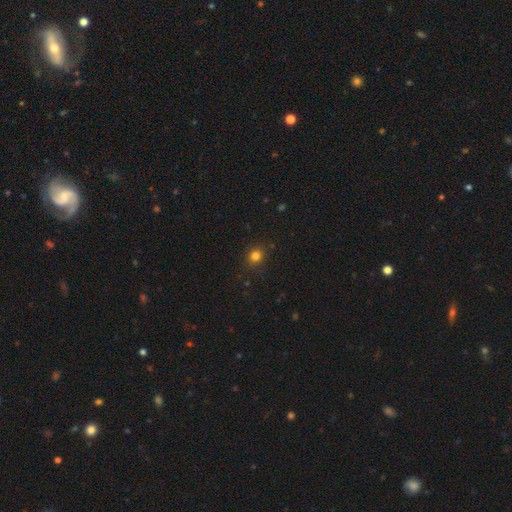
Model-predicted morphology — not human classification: Smooth or featured? Predicted: smooth (p=0.81). How rounded? Predicted: round (p=0.80). Merging? Predicted: none (p=0.88).